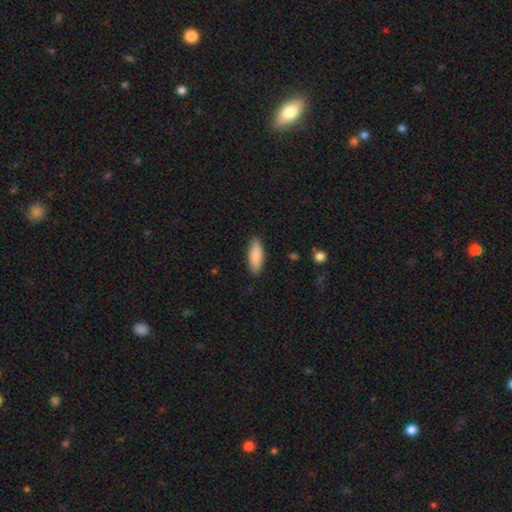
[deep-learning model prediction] smooth 88%, featured or disk 7%, star or artifact 6%. Down the decision tree: how rounded — in between (62%); merging — none (87%).